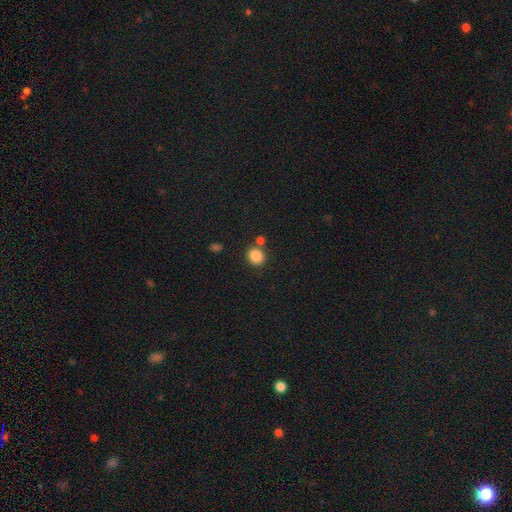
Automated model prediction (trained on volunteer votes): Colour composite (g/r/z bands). It shows a smooth galaxy with no disk features (85%) that is round (76%). Merging: none (75%).